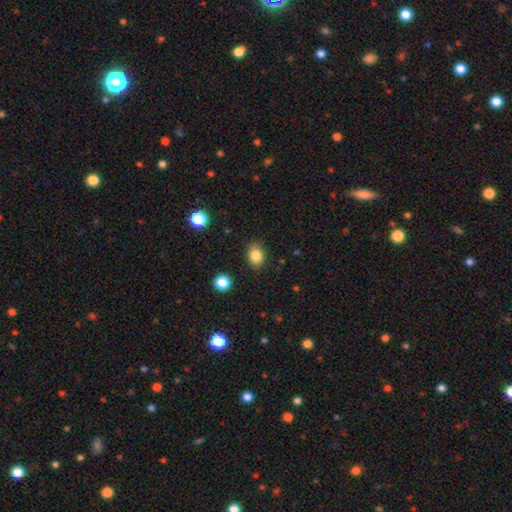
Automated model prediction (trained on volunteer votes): The model was most divided on "how rounded": in between: 61%, round: 38%, cigar-shaped: 1%. More confident: merging — none (85%); smooth or featured — smooth (84%).